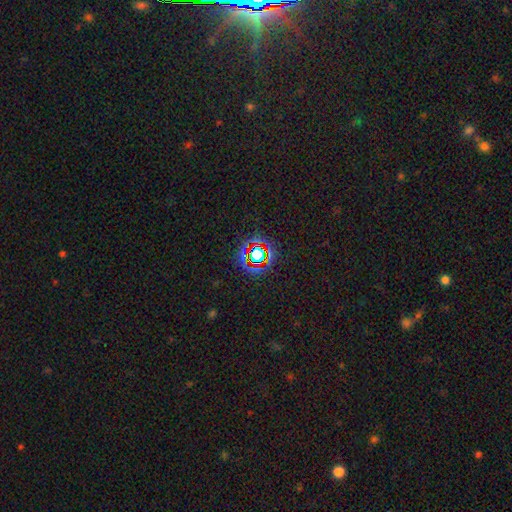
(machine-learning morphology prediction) Smooth or featured?
  - star or artifact: 69% *
  - smooth: 19%
  - featured or disk: 12%